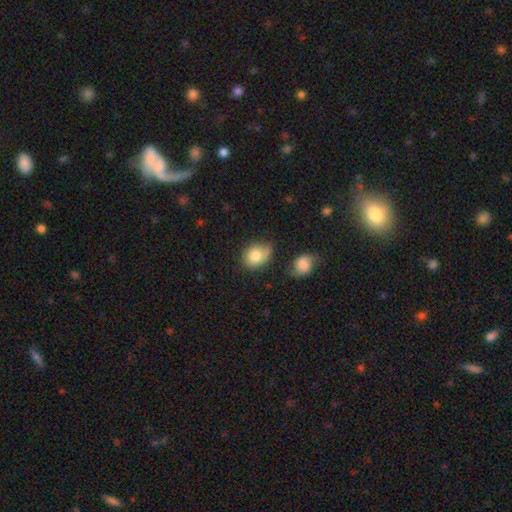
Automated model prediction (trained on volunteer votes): Smooth or featured? smooth (80%)
How rounded? in between (52%)
Merging? none (53%)